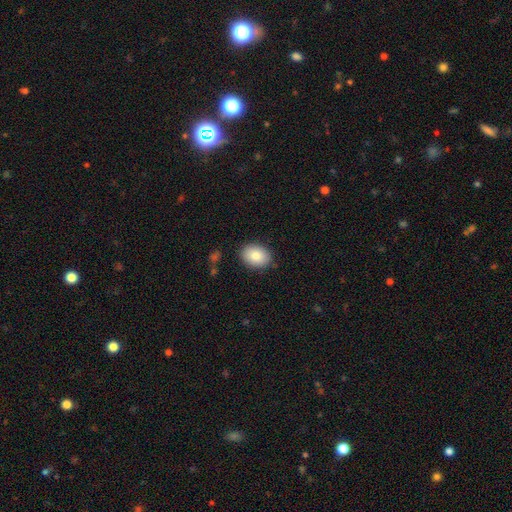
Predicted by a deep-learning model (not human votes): Overall: smooth (84%). How rounded: in between (67%; round 32%). Merging: none (86%).